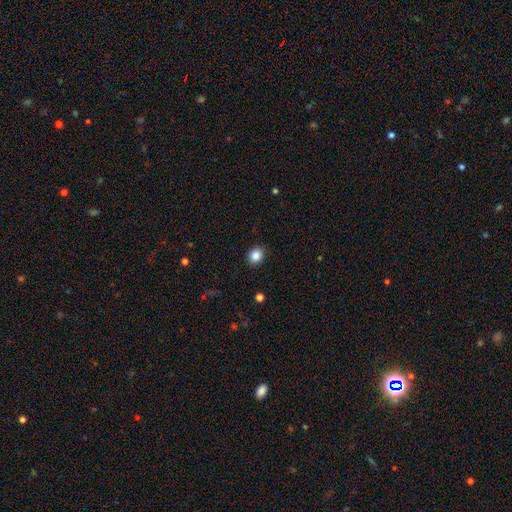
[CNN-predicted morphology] Overall: smooth (86%). How rounded: round (76%). Merging: none (90%).